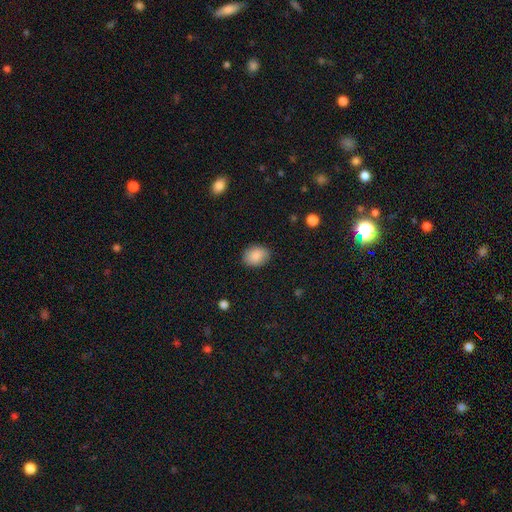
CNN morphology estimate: This is clearly a smooth galaxy (86%). How rounded: likely in between (66%). Merging: clearly none (86%).